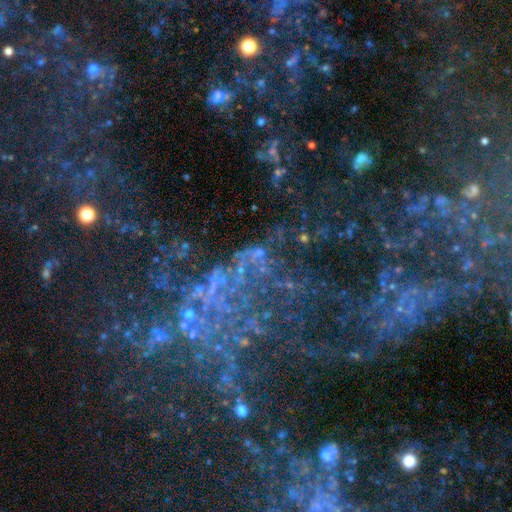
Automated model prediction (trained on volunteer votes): Q: Smooth or featured?
A: featured or disk (43%); tied with: star or artifact (43%)
Q: Merging?
A: none (50%); runner-up: major disturbance (25%)